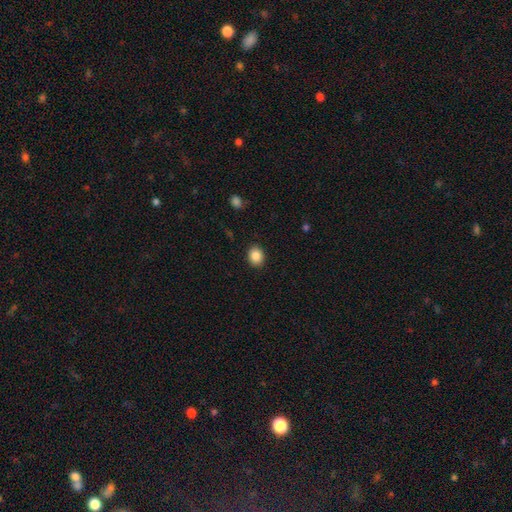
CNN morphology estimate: Smooth or featured: smooth — 87% (star or artifact — 9%)
How rounded: round — 56% (in between — 43%)
Merging: none — 90% (minor disturbance — 7%)